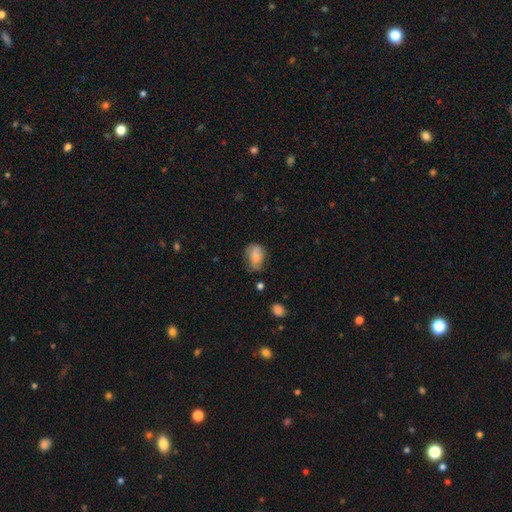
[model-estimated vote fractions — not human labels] smooth-or-featured: smooth: 78% | featured or disk: 12% | star or artifact: 9%
  how-rounded: in between: 76% | round: 23% | cigar-shaped: 1%
  merging: none: 48% | minor disturbance: 36% | major disturbance: 12% | merger: 3%